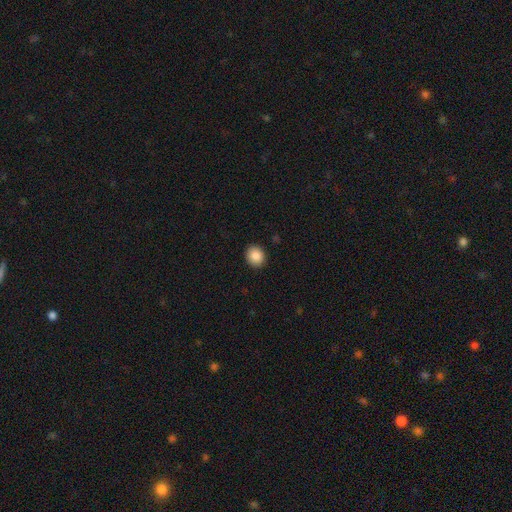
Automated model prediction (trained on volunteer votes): Smooth or featured?
  - smooth: 88% *
  - star or artifact: 8%
  - featured or disk: 4%
How rounded?
  - round: 72% *
  - in between: 27%
  - cigar-shaped: 1%
Merging?
  - none: 92% *
  - minor disturbance: 6%
  - major disturbance: 2%
  - merger: 1%